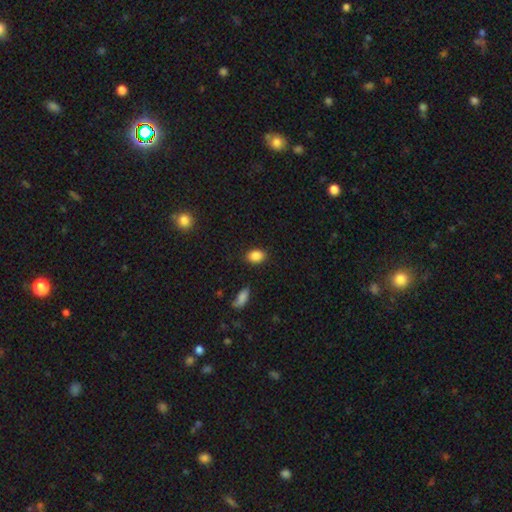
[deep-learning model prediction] The model was most divided on "how rounded": in between: 75%, round: 23%, cigar-shaped: 1%. More confident: smooth or featured — smooth (87%); merging — none (86%).